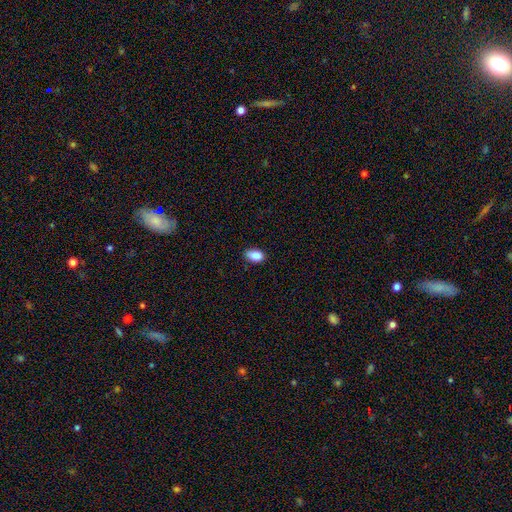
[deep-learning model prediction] Q: Smooth or featured?
A: smooth (87%); runner-up: star or artifact (8%)
Q: How rounded?
A: in between (89%); runner-up: round (8%)
Q: Merging?
A: none (81%); runner-up: minor disturbance (16%)